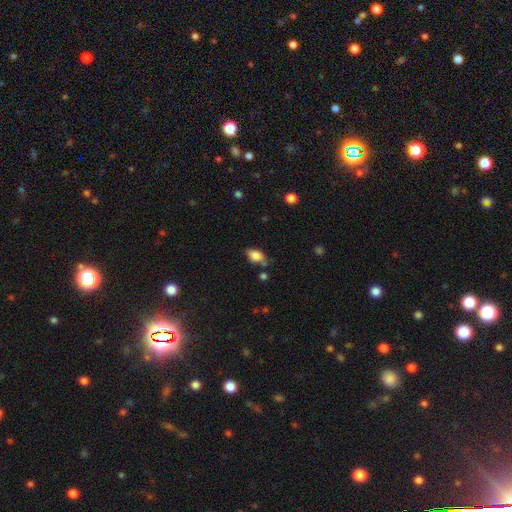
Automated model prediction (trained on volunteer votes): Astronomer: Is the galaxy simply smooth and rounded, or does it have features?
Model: smooth — 82%.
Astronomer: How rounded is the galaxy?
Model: in between — 86%.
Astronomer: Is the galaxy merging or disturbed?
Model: none — 63%.